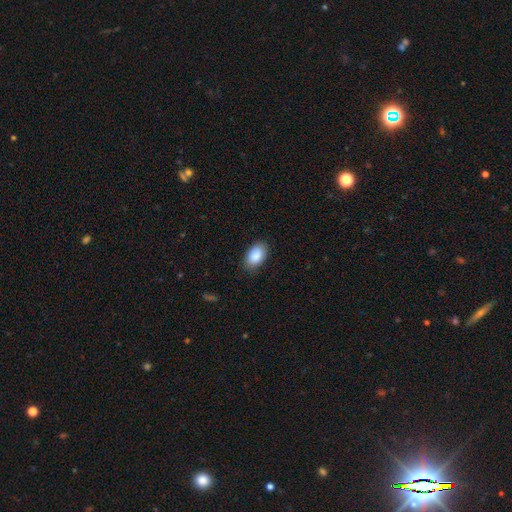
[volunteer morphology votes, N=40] Overall: smooth (92%). How rounded: in between (100%). Merging: none (84%).